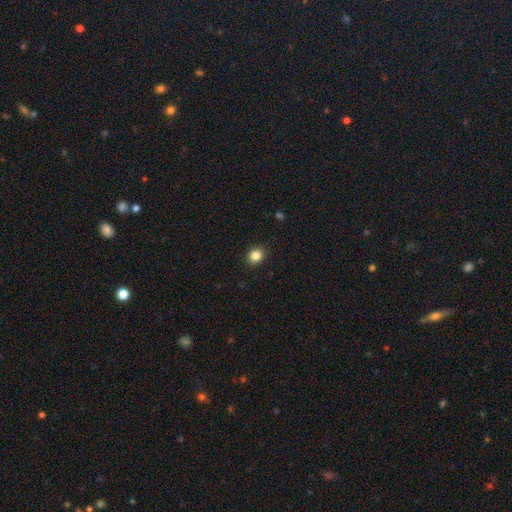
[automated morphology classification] A smooth galaxy with no disk features (84%) that is round (76%). Merging: none (91%).